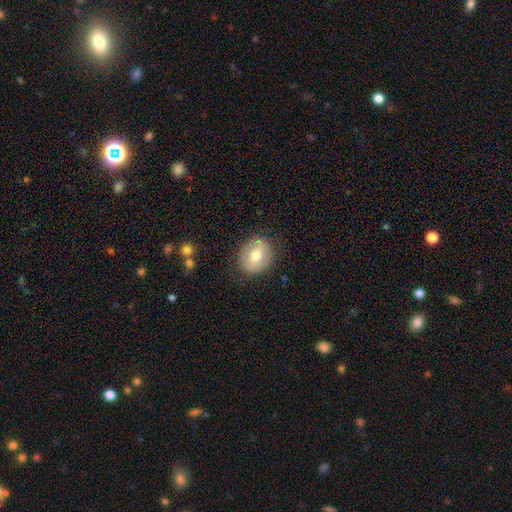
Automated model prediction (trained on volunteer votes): Overall: smooth (62%; featured or disk 31%). How rounded: round (64%; in between 35%). Merging: none (83%).